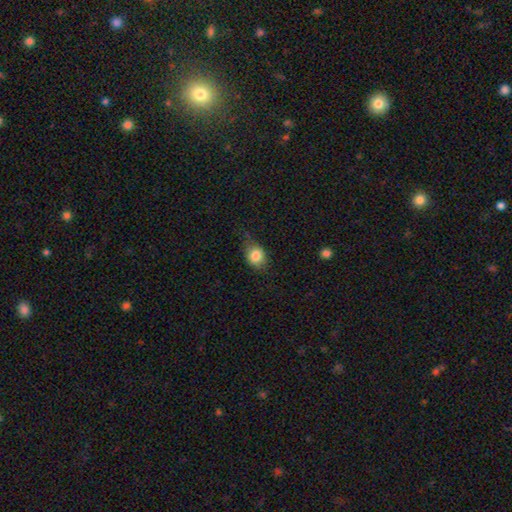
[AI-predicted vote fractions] A smooth galaxy with no disk features (82%) that is round (60%). Merging: none (64%).